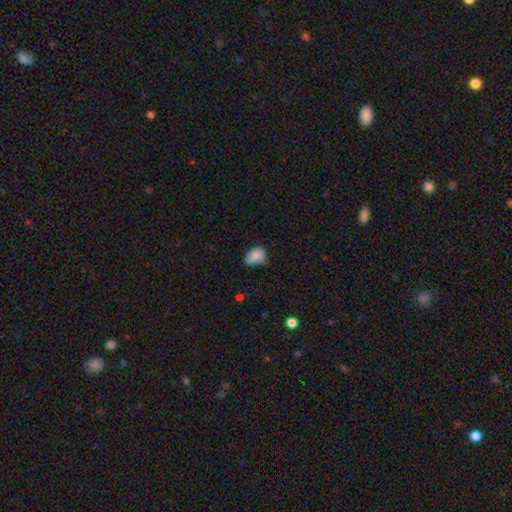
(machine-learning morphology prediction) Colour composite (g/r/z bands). It shows a smooth galaxy with no disk features (85%) that is in between round and cigar-shaped (71%). Merging: none (47%).